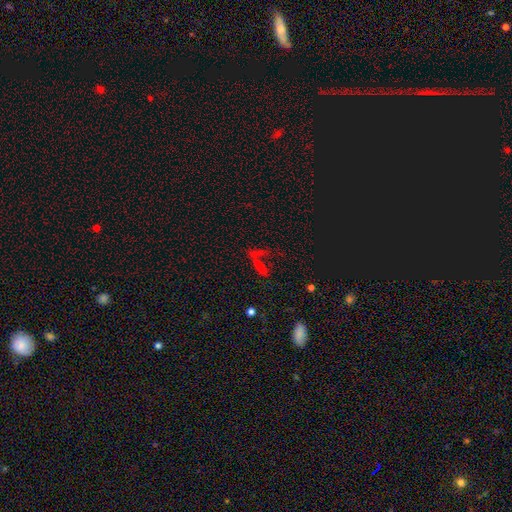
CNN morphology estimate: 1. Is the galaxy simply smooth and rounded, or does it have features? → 44% smooth, 40% star or artifact, 16% featured or disk.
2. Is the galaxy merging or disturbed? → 49% none, 24% merger, 14% major disturbance, 13% minor disturbance.